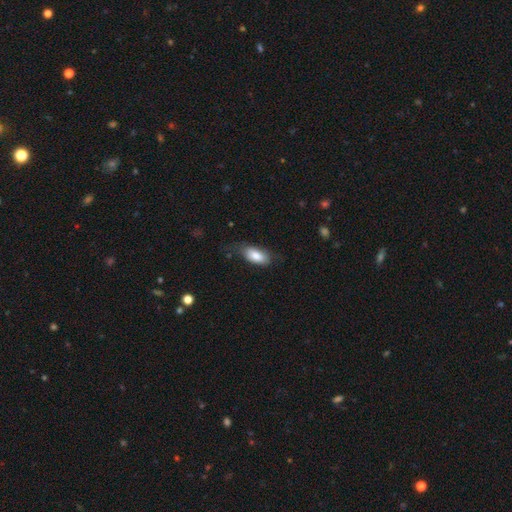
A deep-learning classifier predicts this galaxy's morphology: Overall: smooth (82%). How rounded: in between (88%). Merging: none (59%; minor disturbance 27%).